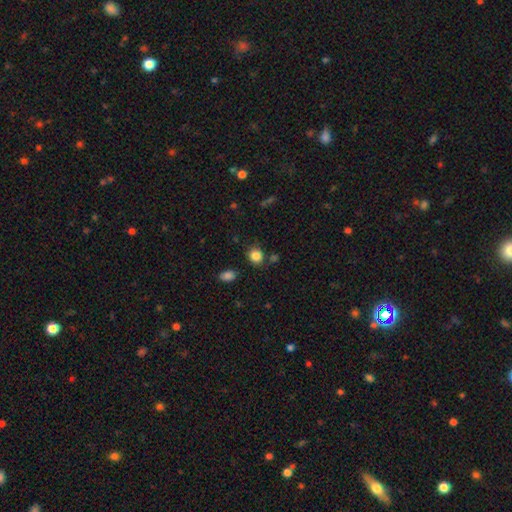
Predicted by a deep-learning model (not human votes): Smooth or featured? Predicted: smooth (p=0.85). How rounded? Predicted: round (p=0.79). Merging? Predicted: none (p=0.81).